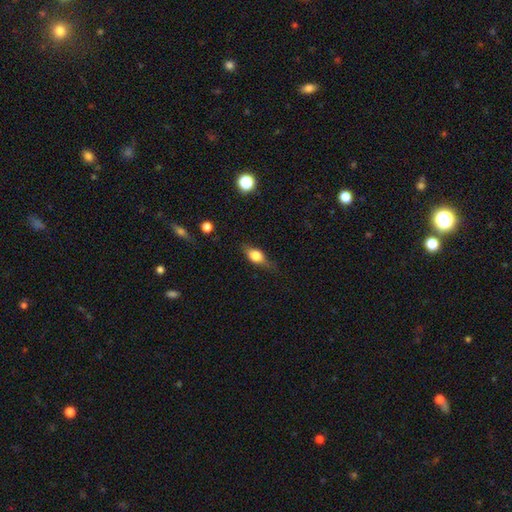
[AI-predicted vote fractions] smooth_or_featured: smooth (p=0.65) [alt: featured or disk p=0.26]
how_rounded: in between (p=0.73) [alt: cigar-shaped p=0.14]
merging: none (p=0.69) [alt: minor disturbance p=0.23]